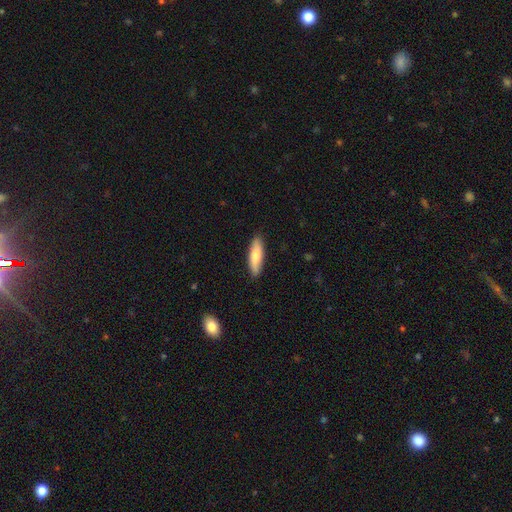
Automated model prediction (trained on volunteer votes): smooth 73%, featured or disk 21%, star or artifact 5%. Down the decision tree: how rounded — cigar-shaped (58%); merging — none (88%).